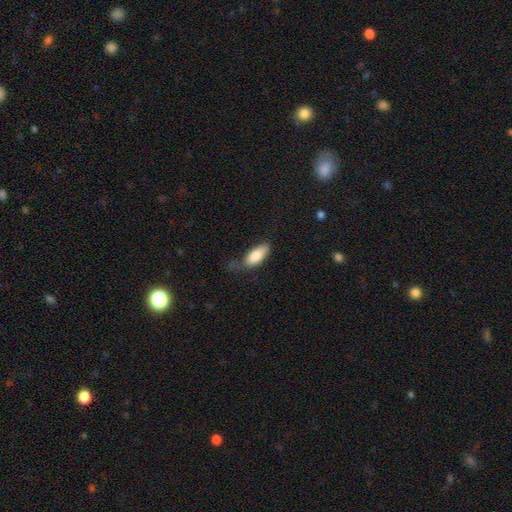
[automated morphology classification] Smooth or featured: smooth — 80% (featured or disk — 13%)
How rounded: in between — 81% (cigar-shaped — 17%)
Merging: none — 47% (minor disturbance — 35%)